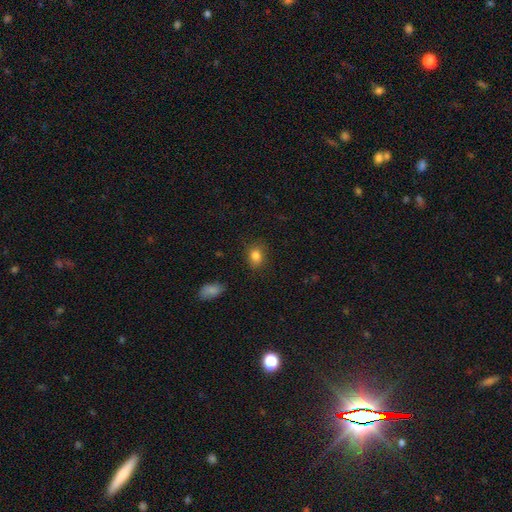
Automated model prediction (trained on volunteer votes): Smooth or featured: smooth — 84% (star or artifact — 10%)
How rounded: in between — 53% (round — 46%)
Merging: none — 81% (minor disturbance — 14%)